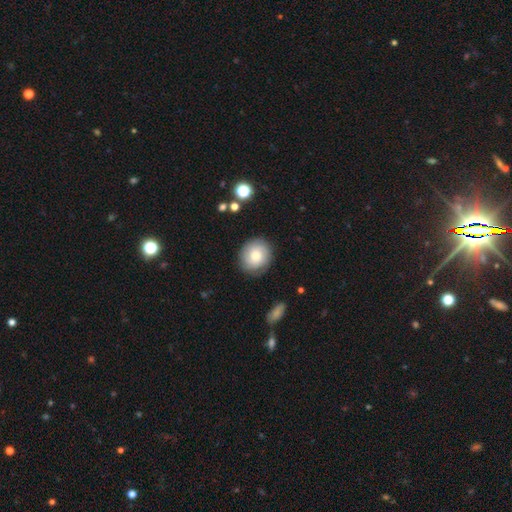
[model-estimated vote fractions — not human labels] This appears to be a smooth galaxy with no disk features (55%) that is round (84%). Merging: none (83%).